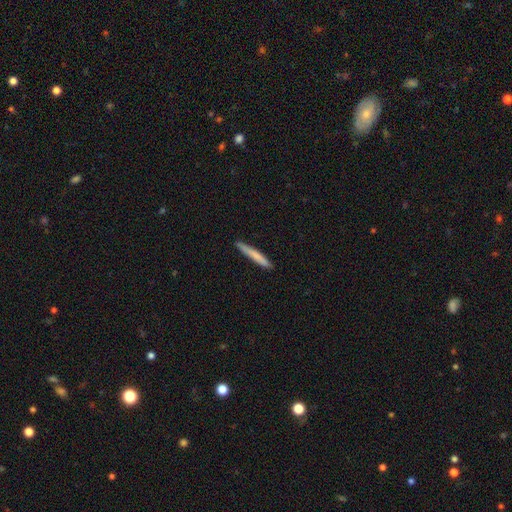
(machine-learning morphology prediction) Smooth or featured? smooth (75%)
How rounded? cigar-shaped (96%)
Merging? none (89%)